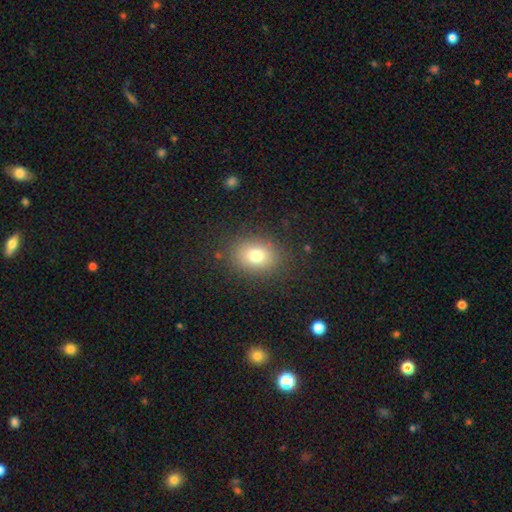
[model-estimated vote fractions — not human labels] The model was most divided on "how rounded": in between: 55%, round: 44%, cigar-shaped: 1%. More confident: merging — none (85%); smooth or featured — smooth (76%).